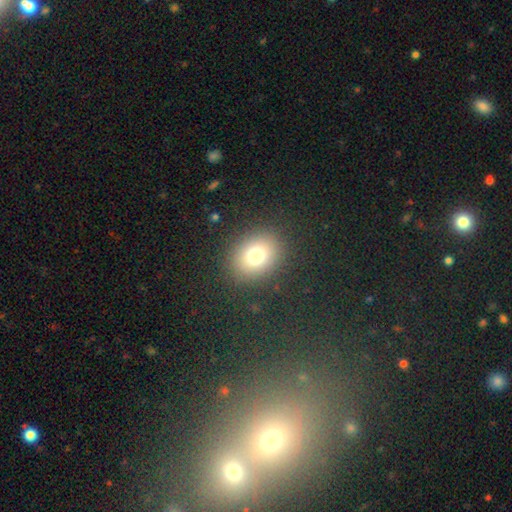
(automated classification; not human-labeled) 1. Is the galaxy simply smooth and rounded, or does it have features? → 75% smooth, 15% star or artifact, 10% featured or disk.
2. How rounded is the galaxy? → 56% round, 43% in between, 1% cigar-shaped.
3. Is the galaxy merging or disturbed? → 86% none, 8% minor disturbance, 5% major disturbance, 1% merger.